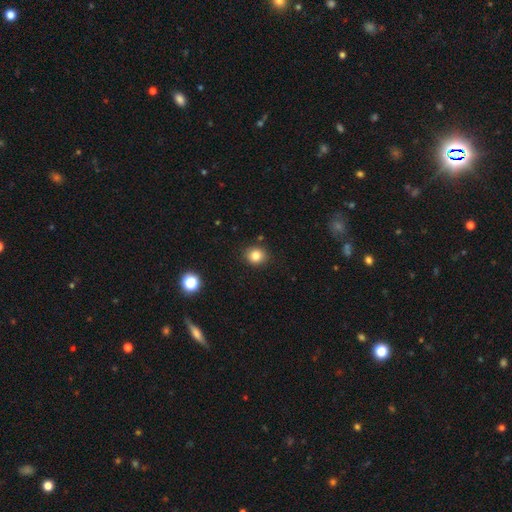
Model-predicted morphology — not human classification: Smooth or featured? smooth (83%)
How rounded? round (80%)
Merging? none (88%)